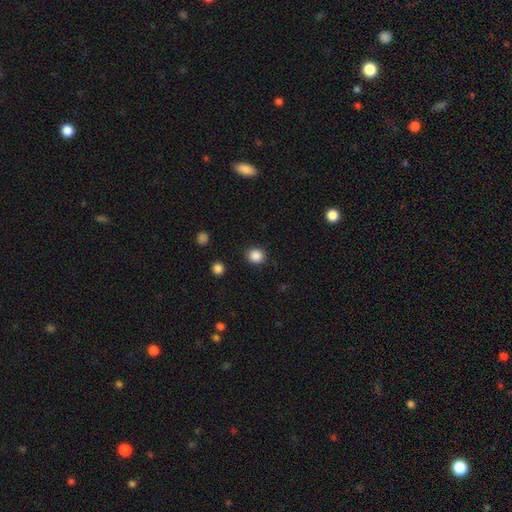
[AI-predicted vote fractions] Smooth or featured?
  - smooth: 87% *
  - star or artifact: 10%
  - featured or disk: 3%
How rounded?
  - round: 83% *
  - in between: 16%
  - cigar-shaped: 1%
Merging?
  - none: 89% *
  - minor disturbance: 7%
  - major disturbance: 3%
  - merger: 1%